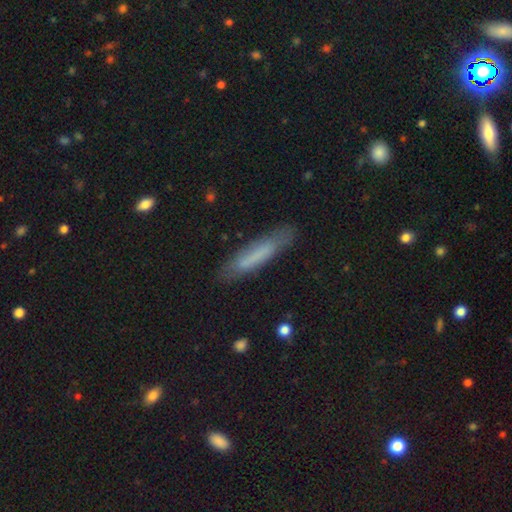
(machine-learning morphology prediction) Smooth or featured: smooth — 65% (featured or disk — 27%)
How rounded: cigar-shaped — 86% (in between — 13%)
Merging: none — 81% (minor disturbance — 14%)